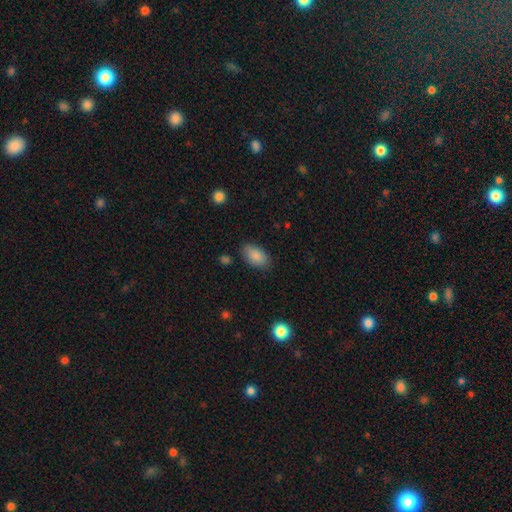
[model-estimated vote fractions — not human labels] Smooth or featured?
  - smooth: 87% *
  - star or artifact: 7%
  - featured or disk: 6%
How rounded?
  - in between: 93% *
  - round: 5%
  - cigar-shaped: 2%
Merging?
  - none: 81% *
  - minor disturbance: 14%
  - major disturbance: 3%
  - merger: 2%